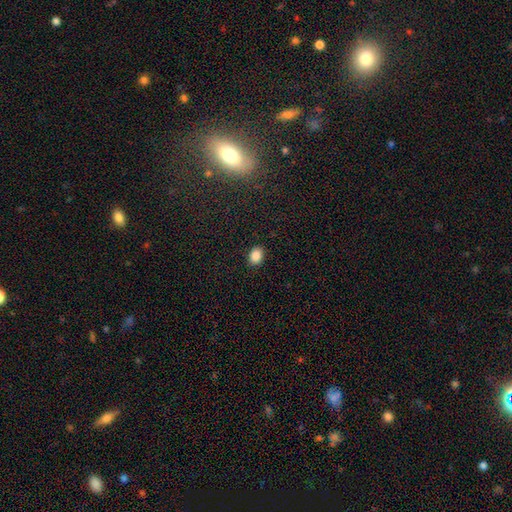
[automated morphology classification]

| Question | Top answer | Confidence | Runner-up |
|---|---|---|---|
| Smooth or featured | smooth | 87% | star or artifact (9%) |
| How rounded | in between | 66% | round (33%) |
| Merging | none | 89% | minor disturbance (7%) |